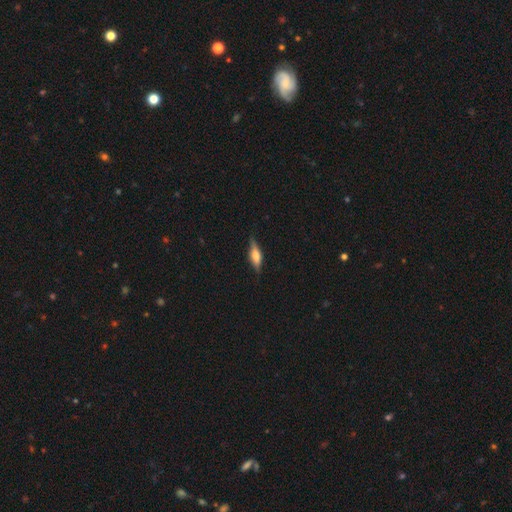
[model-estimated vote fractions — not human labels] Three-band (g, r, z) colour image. It shows a featured or disk galaxy (59%) viewed edge-on (95%) with a rounded central bulge (79%). Merging: none (84%).